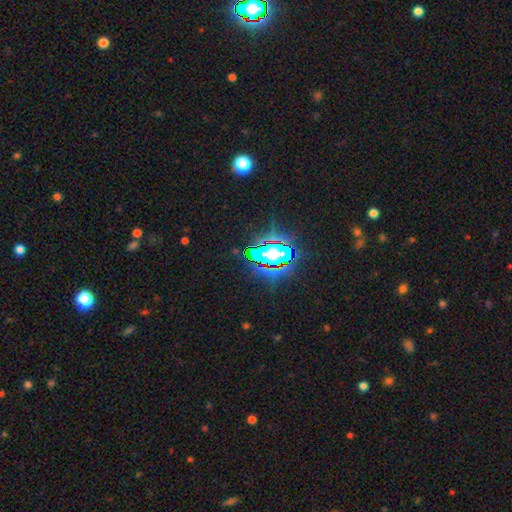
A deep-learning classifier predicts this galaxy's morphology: Smooth or featured? Predicted: star or artifact (p=0.76).